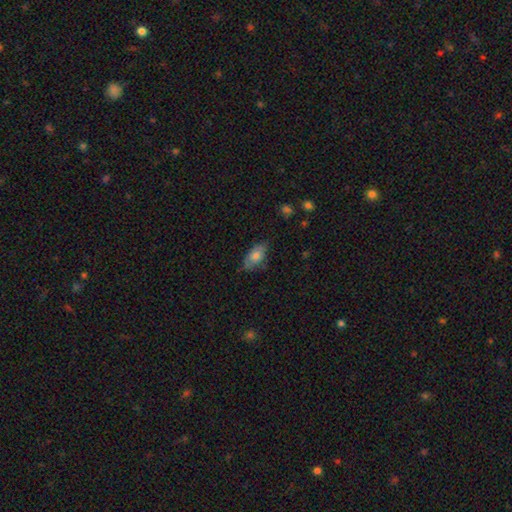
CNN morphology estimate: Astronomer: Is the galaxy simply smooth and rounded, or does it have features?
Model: smooth — 75%.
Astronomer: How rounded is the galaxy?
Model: in between — 89%.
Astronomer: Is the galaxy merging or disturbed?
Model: none — 68%.